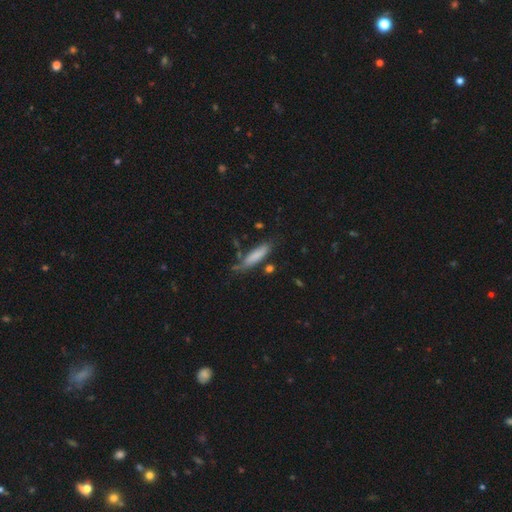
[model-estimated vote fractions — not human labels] Overall: smooth (77%). How rounded: cigar-shaped (72%). Merging: none (63%; minor disturbance 23%).